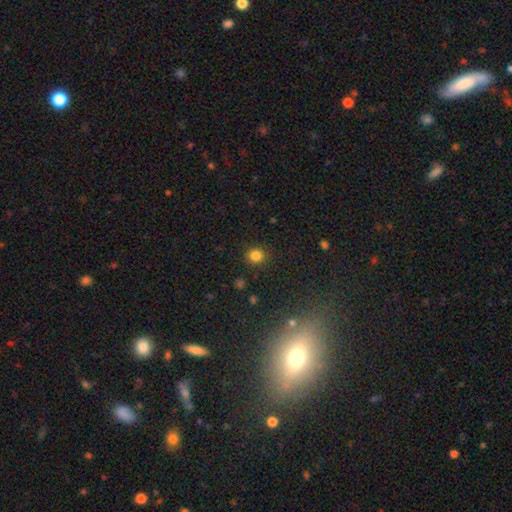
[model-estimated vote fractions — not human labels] smooth-or-featured: smooth: 83% | star or artifact: 12% | featured or disk: 4%
  how-rounded: round: 84% | in between: 15% | cigar-shaped: 1%
  merging: none: 90% | minor disturbance: 7% | major disturbance: 2% | merger: 1%